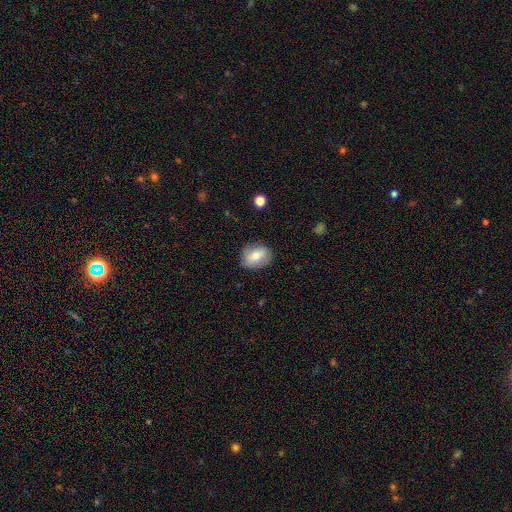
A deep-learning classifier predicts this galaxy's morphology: smooth-or-featured: smooth: 68% | featured or disk: 24% | star or artifact: 8%
  how-rounded: in between: 64% | round: 35% | cigar-shaped: 2%
  merging: none: 79% | minor disturbance: 15% | major disturbance: 4% | merger: 1%